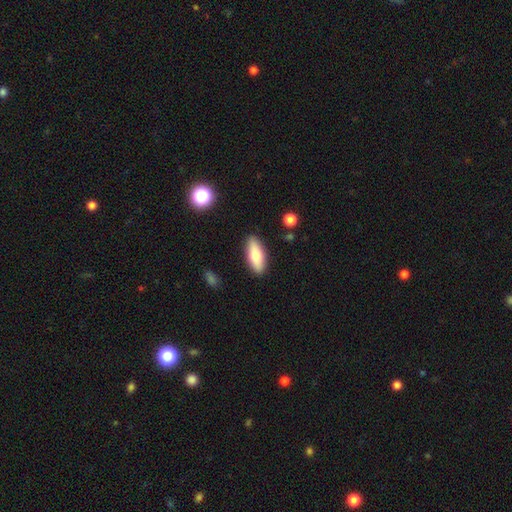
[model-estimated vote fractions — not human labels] Smooth or featured? Predicted: smooth (p=0.70). How rounded? Predicted: in between (p=0.73). Merging? Predicted: none (p=0.88).